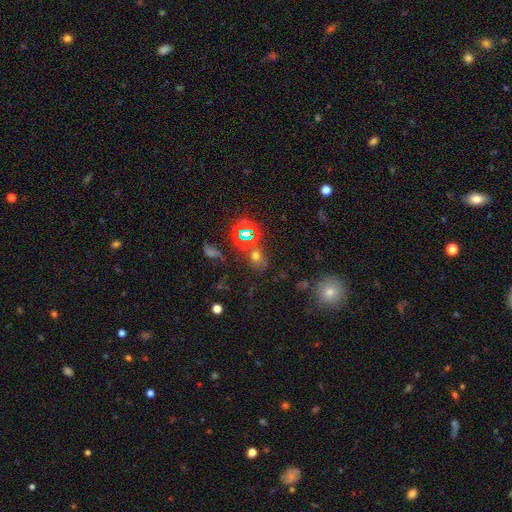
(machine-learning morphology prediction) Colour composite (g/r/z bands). It shows a smooth galaxy with no disk features (46%). Merging: none (63%).